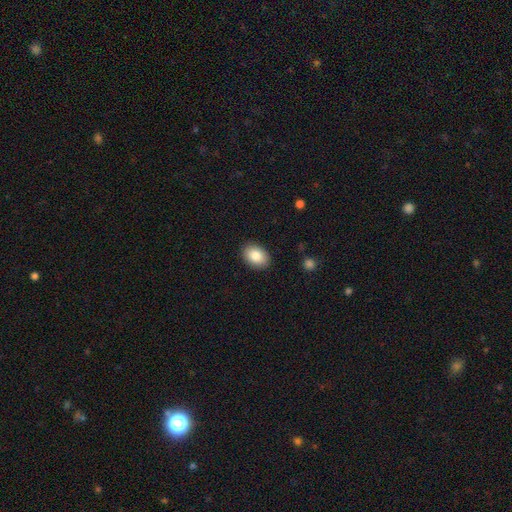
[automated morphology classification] This is clearly a smooth galaxy (85%). How rounded: likely in between (80%). Merging: clearly none (89%).